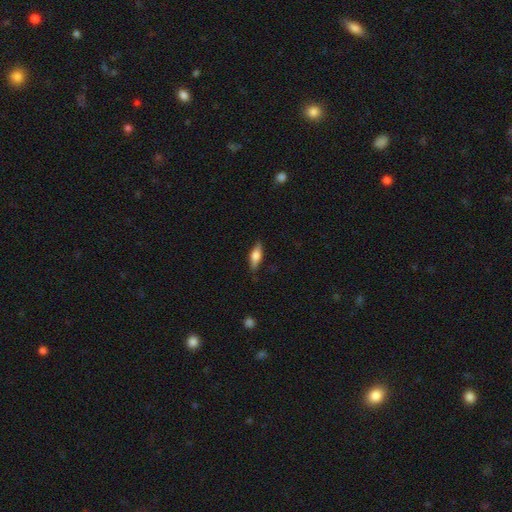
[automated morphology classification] smooth-or-featured: smooth: 58% | featured or disk: 35% | star or artifact: 7%
  how-rounded: in between: 58% | cigar-shaped: 39% | round: 3%
  merging: none: 82% | minor disturbance: 14% | major disturbance: 3% | merger: 1%